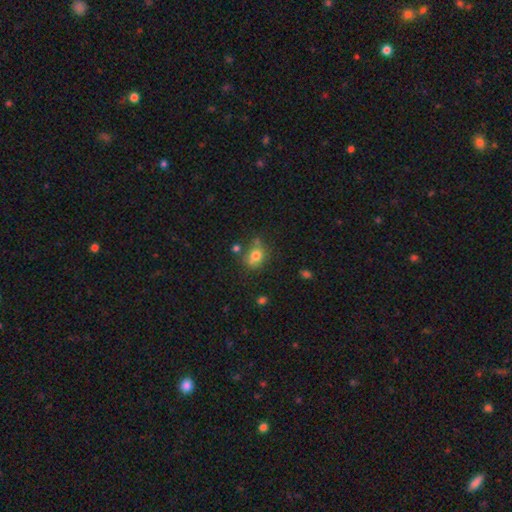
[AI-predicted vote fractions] Q: Smooth or featured?
A: smooth (71%); runner-up: featured or disk (16%)
Q: How rounded?
A: round (57%); runner-up: in between (41%)
Q: Merging?
A: none (55%); runner-up: minor disturbance (22%)